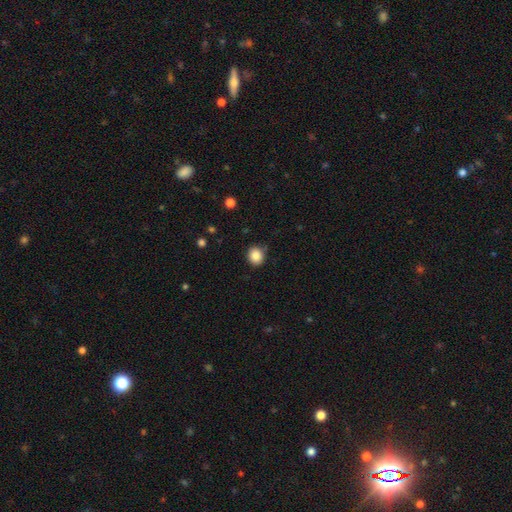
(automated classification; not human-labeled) Morphology: type=smooth (86%); roundness=round (82%); merging=none (85%).